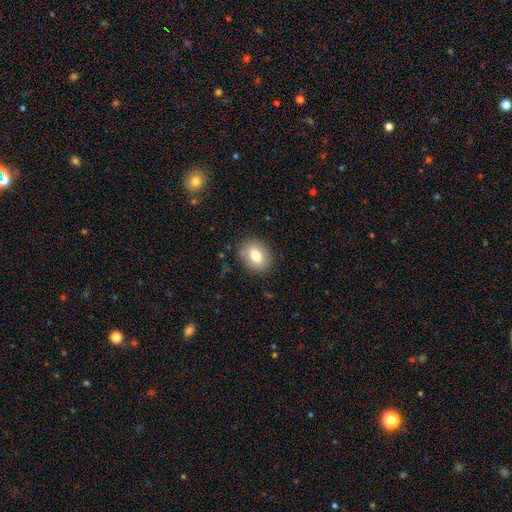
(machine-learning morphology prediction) This appears to be a smooth galaxy with no disk features (78%) that is in between round and cigar-shaped (62%). Merging: none (85%).